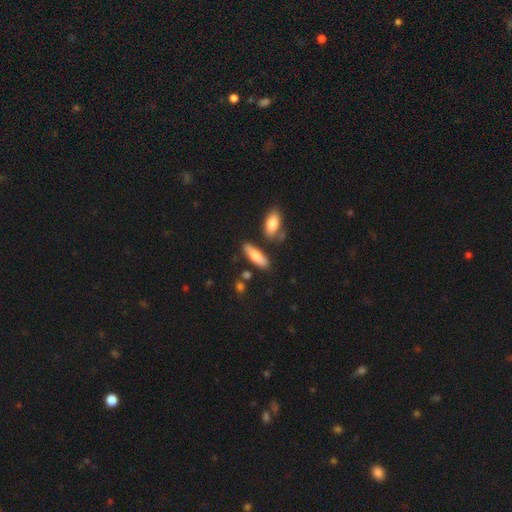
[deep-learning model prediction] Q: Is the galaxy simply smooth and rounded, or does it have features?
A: smooth — 72%.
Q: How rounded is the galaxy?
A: in between — 53%.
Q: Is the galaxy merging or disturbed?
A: none — 75%.